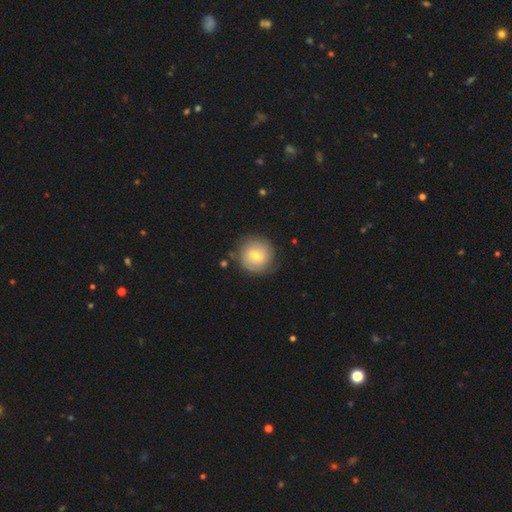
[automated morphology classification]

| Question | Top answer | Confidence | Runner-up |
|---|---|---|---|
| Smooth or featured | featured or disk | 48% | smooth (46%) |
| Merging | none | 80% | minor disturbance (13%) |